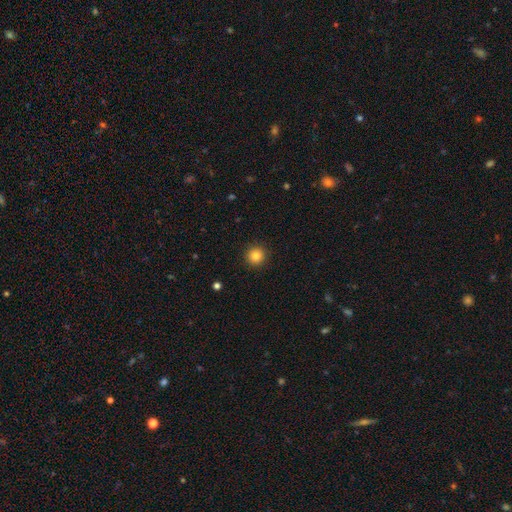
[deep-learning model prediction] A smooth galaxy with no disk features (84%) that is round (95%).

Vote fractions:
- Smooth or featured? smooth: 84% / star or artifact: 11% / featured or disk: 5%
- How rounded? round: 95% / in between: 4% / cigar-shaped: 1%
- Merging? none: 93% / minor disturbance: 5% / major disturbance: 2% / merger: 1%